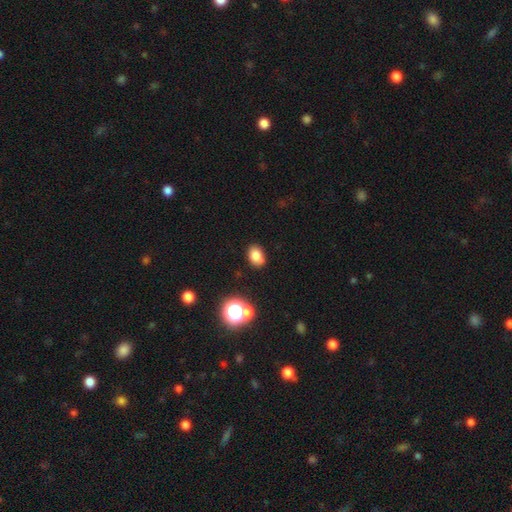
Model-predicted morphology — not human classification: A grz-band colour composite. It shows a smooth galaxy with no disk features (80%) that is in between round and cigar-shaped (80%). Merging: none (86%).